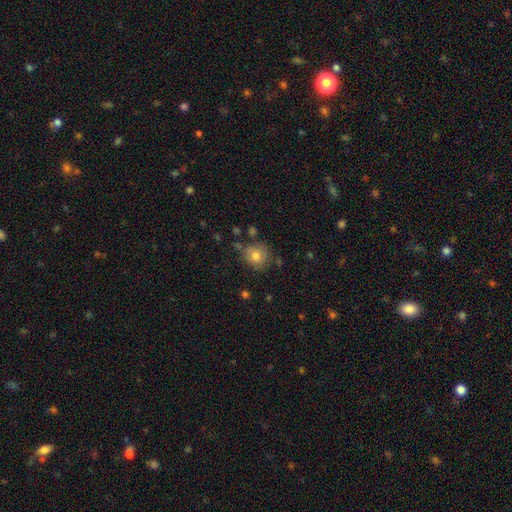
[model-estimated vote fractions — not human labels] Overall: smooth (73%). How rounded: round (82%). Merging: none (68%).